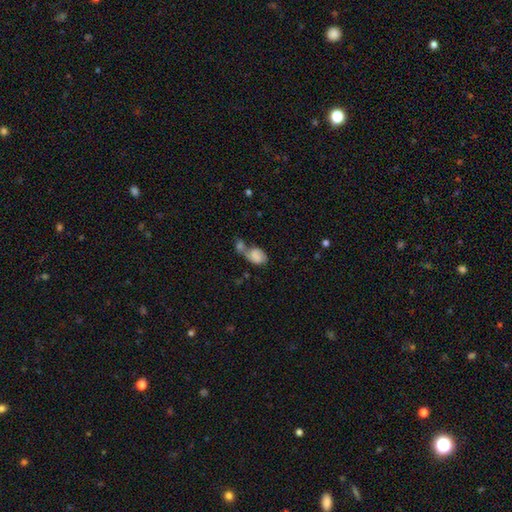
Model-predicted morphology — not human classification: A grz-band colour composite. It shows a smooth galaxy with no disk features (67%) that is in between round and cigar-shaped (78%). Merging: merger (60%).